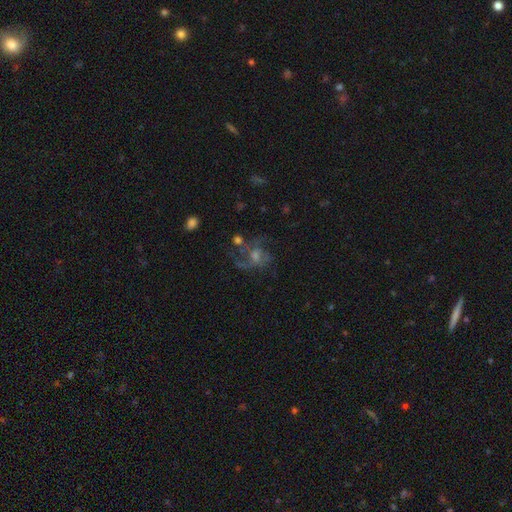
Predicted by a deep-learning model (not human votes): A featured or disk galaxy (67%) with no bar (65%), 2 (27%, tied with can't tell) medium (48%) spiral arms (80%) and a moderate central bulge (48%). Merging: none (51%).